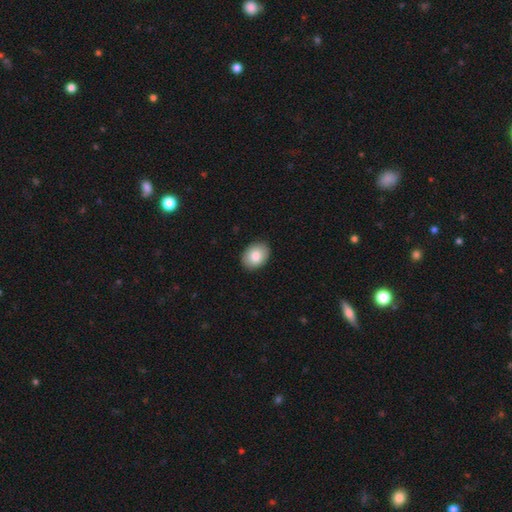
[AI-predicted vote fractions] smooth 85%, featured or disk 9%, star or artifact 7%. Down the decision tree: how rounded — in between (74%); merging — none (89%).